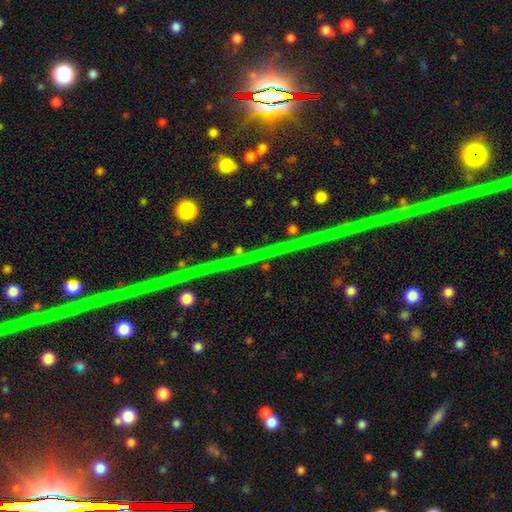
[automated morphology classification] Smooth or featured? star or artifact (83%)